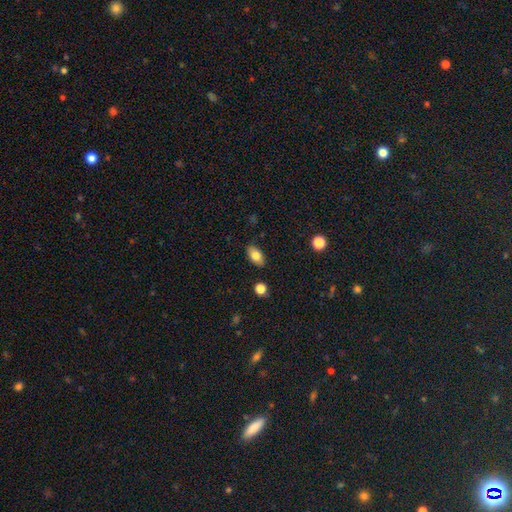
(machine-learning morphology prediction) Smooth or featured? smooth (81%)
How rounded? in between (91%)
Merging? none (87%)